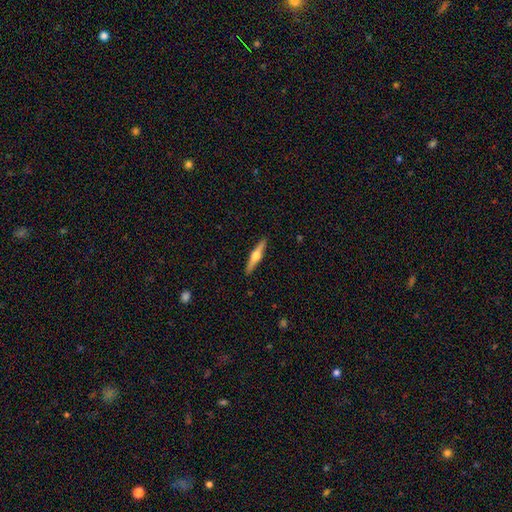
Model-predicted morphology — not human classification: type=featured or disk (67%); edge-on=yes (97%); edge-on bulge=rounded (95%); merging=none (91%).